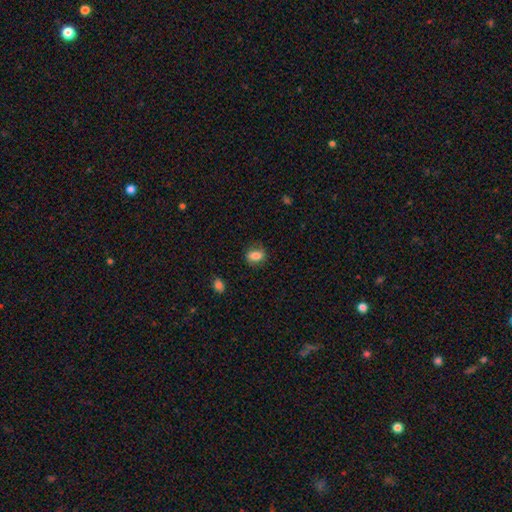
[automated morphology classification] smooth 80%, featured or disk 12%, star or artifact 9%. Down the decision tree: how rounded — in between (69%); merging — none (77%).